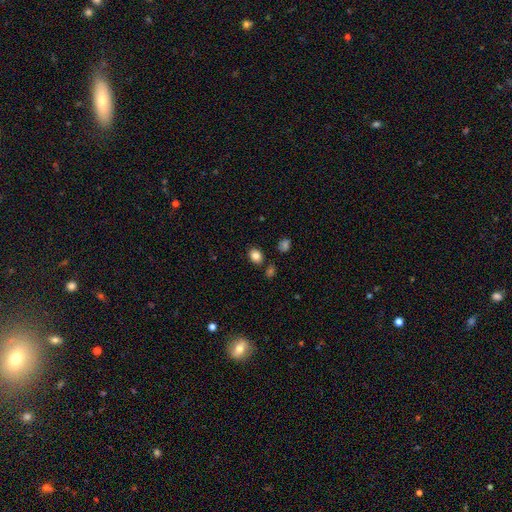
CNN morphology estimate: The model was most divided on "how rounded": in between: 51%, round: 48%, cigar-shaped: 1%. More confident: smooth or featured — smooth (83%); merging — none (82%).